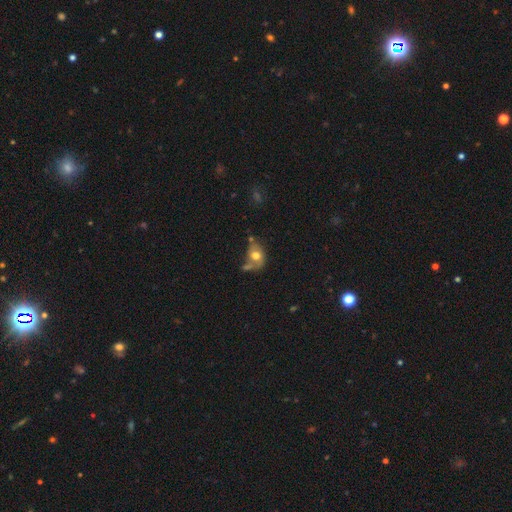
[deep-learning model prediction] Smooth or featured? Predicted: smooth (p=0.59). How rounded? Predicted: in between (p=0.61). Merging? Predicted: none (p=0.35).